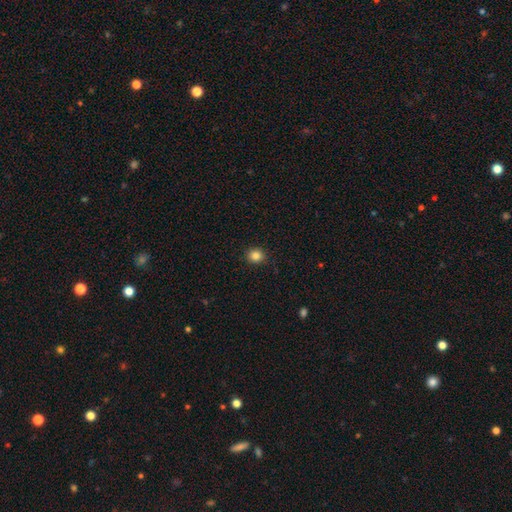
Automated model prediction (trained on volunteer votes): Smooth or featured? Predicted: smooth (p=0.84). How rounded? Predicted: round (p=0.84). Merging? Predicted: none (p=0.91).